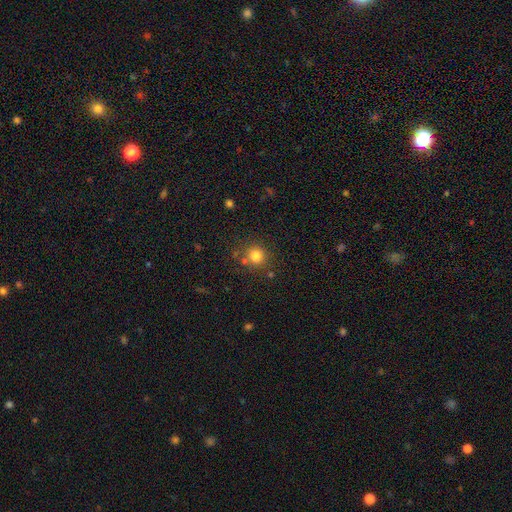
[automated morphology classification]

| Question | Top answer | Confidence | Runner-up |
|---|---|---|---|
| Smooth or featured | smooth | 81% | star or artifact (13%) |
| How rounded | round | 90% | in between (9%) |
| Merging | none | 78% | minor disturbance (11%) |